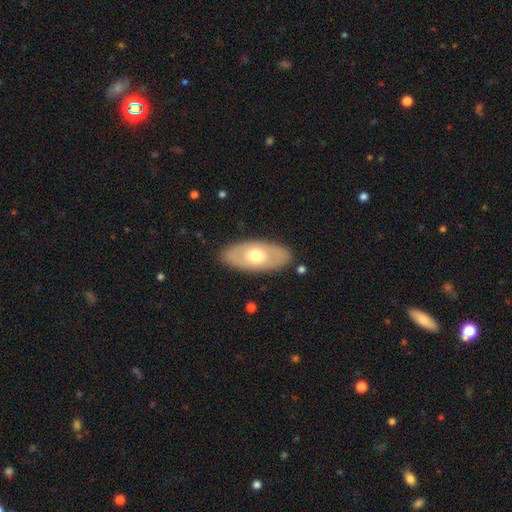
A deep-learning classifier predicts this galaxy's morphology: smooth_or_featured: smooth (p=0.51) [alt: featured or disk p=0.44]
how_rounded: in between (p=0.91) [alt: cigar-shaped p=0.04]
merging: none (p=0.86) [alt: minor disturbance p=0.10]